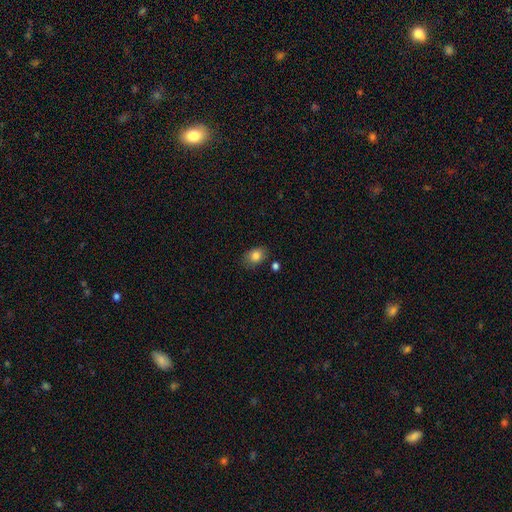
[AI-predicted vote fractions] Smooth or featured? Predicted: smooth (p=0.83). How rounded? Predicted: in between (p=0.69). Merging? Predicted: none (p=0.78).